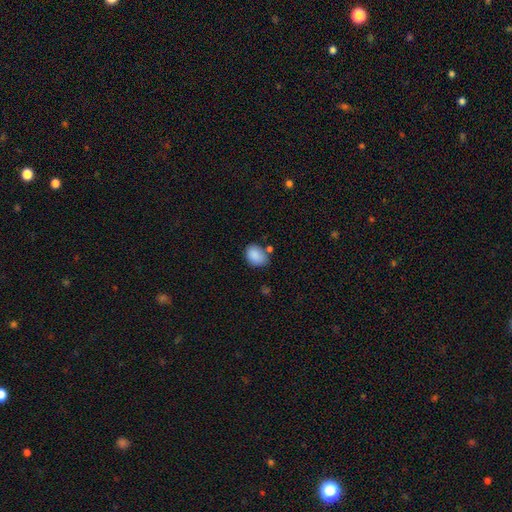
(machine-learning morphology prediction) Overall: smooth (88%). How rounded: in between (70%). Merging: none (65%).